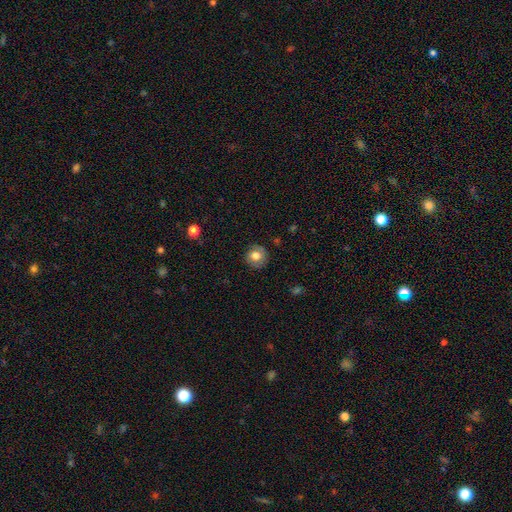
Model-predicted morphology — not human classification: Smooth or featured?
  - smooth: 74% *
  - featured or disk: 17%
  - star or artifact: 9%
How rounded?
  - round: 91% *
  - in between: 9%
  - cigar-shaped: 1%
Merging?
  - none: 86% *
  - minor disturbance: 11%
  - major disturbance: 3%
  - merger: 1%